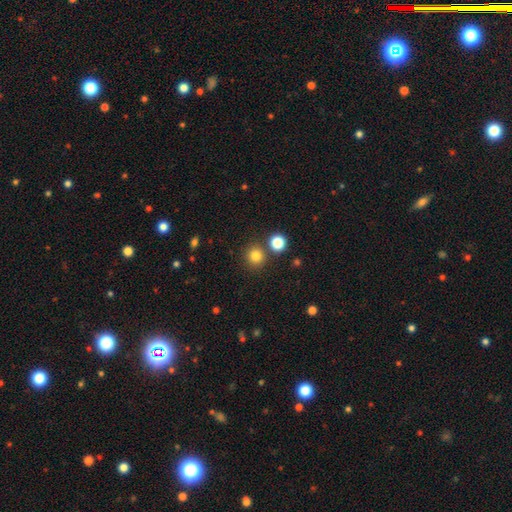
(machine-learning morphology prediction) Overall: smooth (80%). How rounded: round (93%). Merging: none (82%).